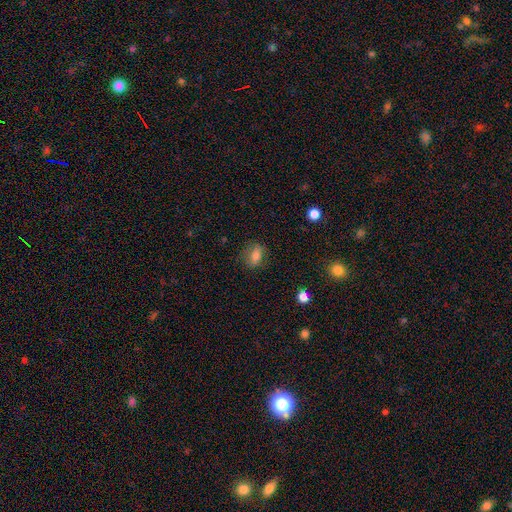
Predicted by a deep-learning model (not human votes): A smooth galaxy with no disk features (75%) that is in between round and cigar-shaped (72%).

Vote fractions:
- Smooth or featured? smooth: 75% / featured or disk: 14% / star or artifact: 11%
- How rounded? in between: 72% / round: 22% / cigar-shaped: 6%
- Merging? none: 78% / minor disturbance: 16% / major disturbance: 5% / merger: 1%